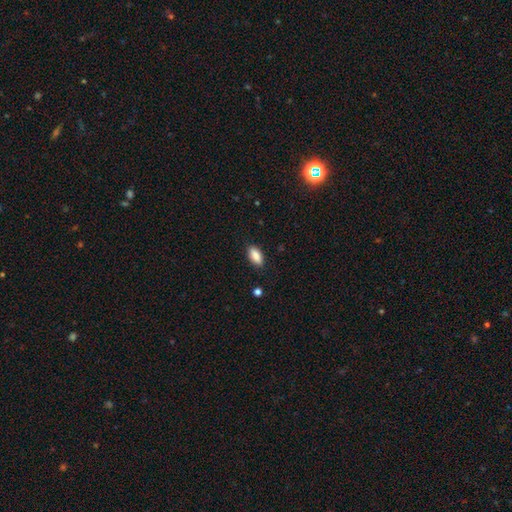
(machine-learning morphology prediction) Smooth or featured: smooth — 88% (star or artifact — 7%)
How rounded: in between — 89% (cigar-shaped — 9%)
Merging: none — 86% (minor disturbance — 10%)